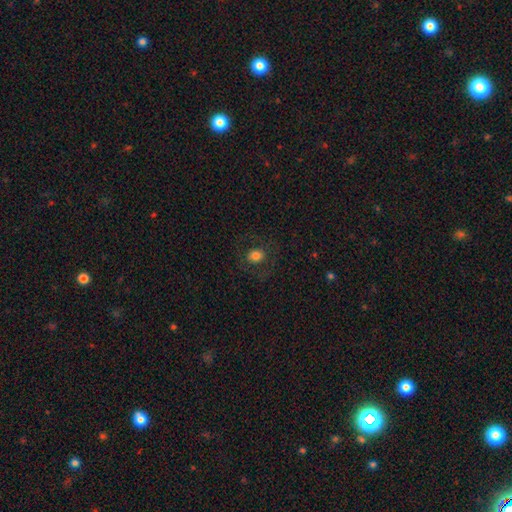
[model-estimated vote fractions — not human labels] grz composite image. It shows a smooth galaxy with no disk features (71%) that is round (64%). Merging: none (81%).